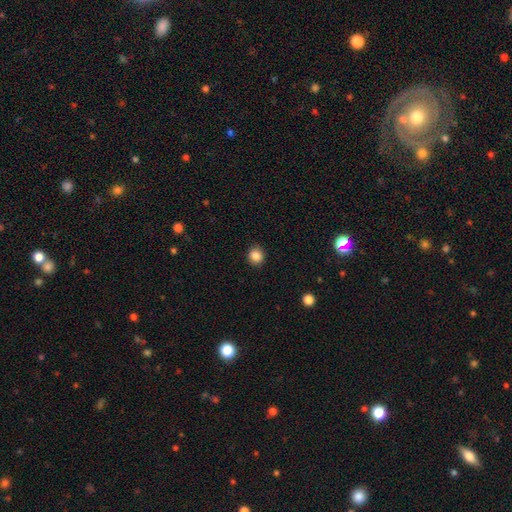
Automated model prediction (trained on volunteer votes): This appears to be a smooth galaxy with no disk features (86%) that is round (91%). Merging: none (91%).